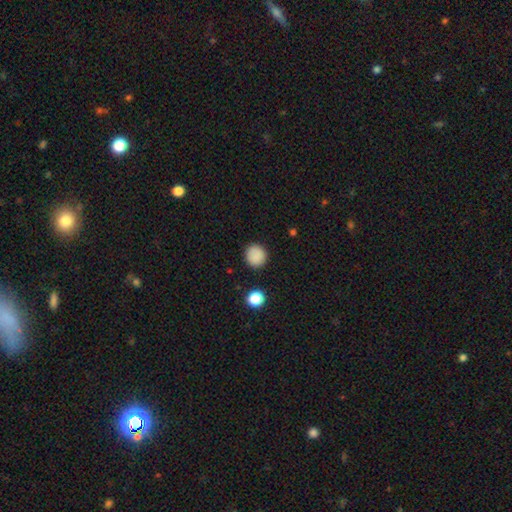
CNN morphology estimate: type=smooth (87%); roundness=round (92%); merging=none (90%).